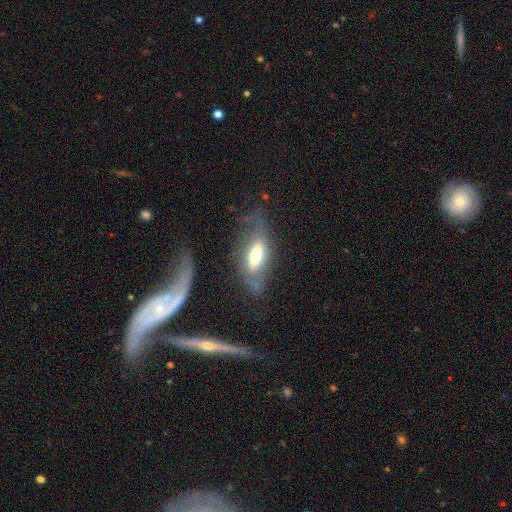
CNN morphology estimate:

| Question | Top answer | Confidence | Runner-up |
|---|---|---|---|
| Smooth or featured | smooth | 50% | featured or disk (42%) |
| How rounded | in between | 72% | cigar-shaped (25%) |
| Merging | none | 50% | minor disturbance (25%) |